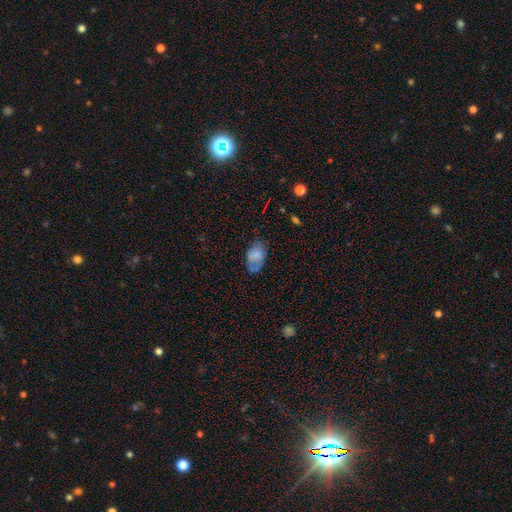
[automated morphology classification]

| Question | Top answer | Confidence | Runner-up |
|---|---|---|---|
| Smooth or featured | smooth | 74% | featured or disk (17%) |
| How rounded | in between | 88% | round (10%) |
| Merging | none | 56% | minor disturbance (29%) |